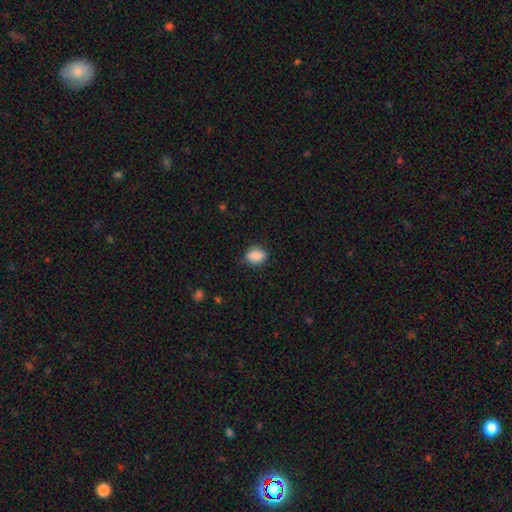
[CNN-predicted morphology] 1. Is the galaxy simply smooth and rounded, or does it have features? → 87% smooth, 8% star or artifact, 5% featured or disk.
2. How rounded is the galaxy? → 65% in between, 33% round, 2% cigar-shaped.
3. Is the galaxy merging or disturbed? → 76% none, 19% minor disturbance, 4% major disturbance, 1% merger.